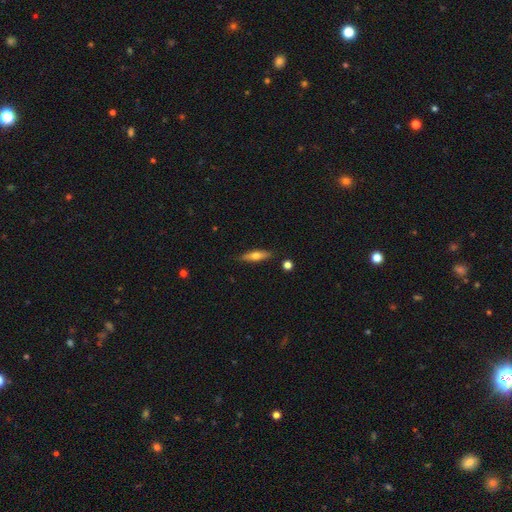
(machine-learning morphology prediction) type=smooth (50%); merging=none (86%).